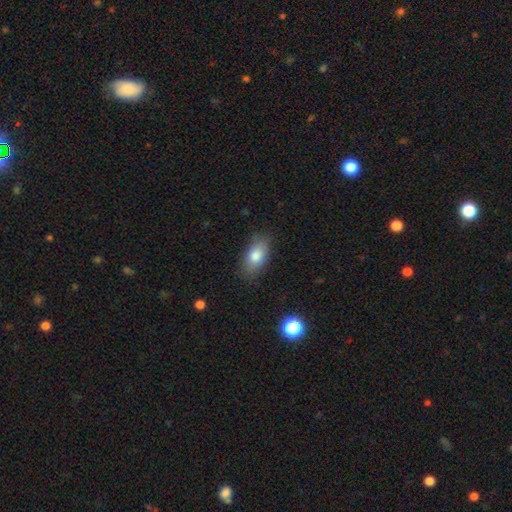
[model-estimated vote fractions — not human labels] Morphology: type=smooth (82%); roundness=in between (88%); merging=none (83%).